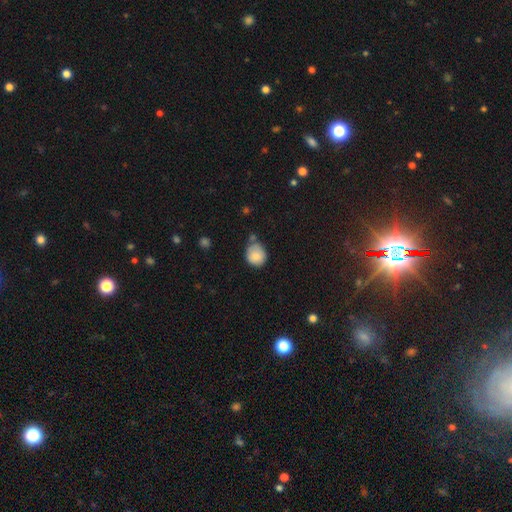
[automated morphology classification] smooth_or_featured: smooth (p=0.81) [alt: featured or disk p=0.10]
how_rounded: round (p=0.70) [alt: in between p=0.29]
merging: none (p=0.57) [alt: minor disturbance p=0.27]